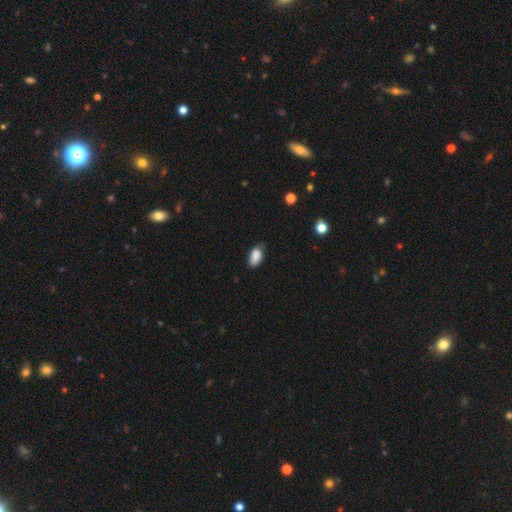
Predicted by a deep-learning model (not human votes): The model was most divided on "merging": none: 66%, minor disturbance: 28%, major disturbance: 4%, merger: 1%. More confident: how rounded — in between (92%); smooth or featured — smooth (86%).